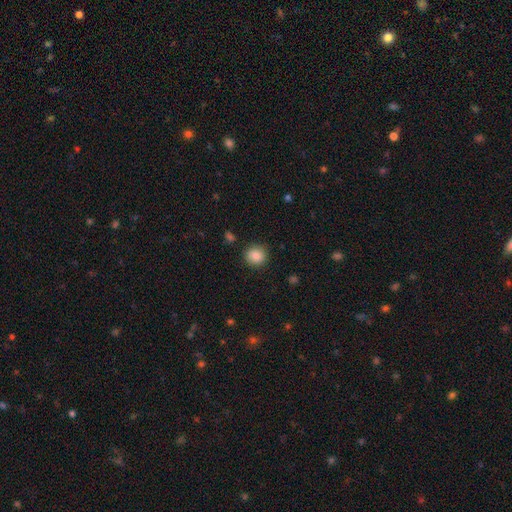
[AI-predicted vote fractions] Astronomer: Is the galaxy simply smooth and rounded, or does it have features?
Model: smooth — 86%.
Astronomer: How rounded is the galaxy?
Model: round — 87%.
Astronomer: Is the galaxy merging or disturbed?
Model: none — 89%.